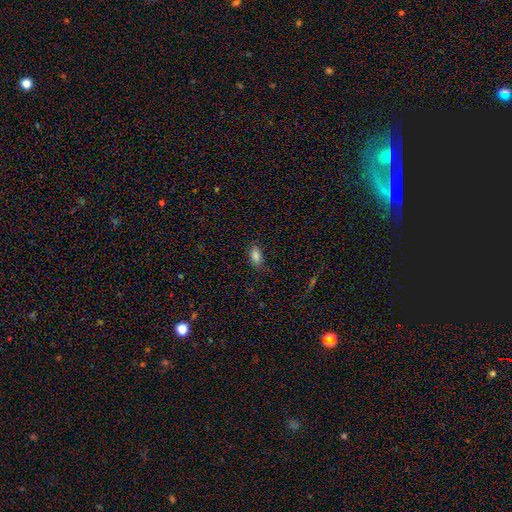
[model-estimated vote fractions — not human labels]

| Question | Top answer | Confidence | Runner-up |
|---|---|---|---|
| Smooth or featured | smooth | 84% | star or artifact (10%) |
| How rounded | in between | 90% | round (5%) |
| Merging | none | 79% | minor disturbance (16%) |